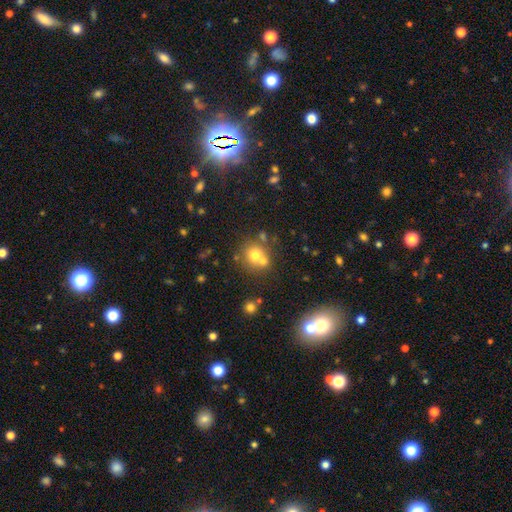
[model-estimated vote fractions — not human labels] Smooth or featured?
  - smooth: 69% *
  - featured or disk: 15%
  - star or artifact: 15%
How rounded?
  - round: 84% *
  - in between: 15%
  - cigar-shaped: 1%
Merging?
  - none: 54% *
  - merger: 32%
  - minor disturbance: 9%
  - major disturbance: 4%